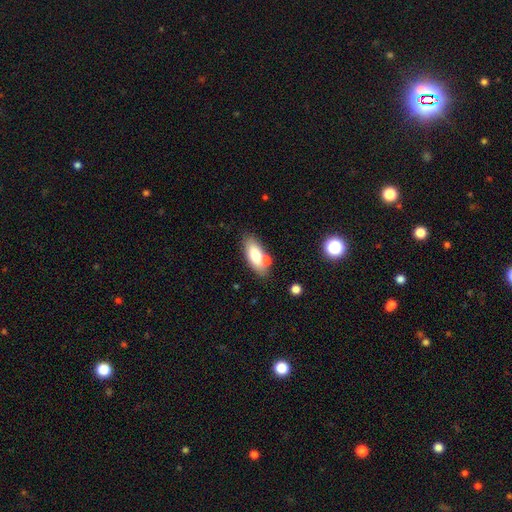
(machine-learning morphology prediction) A smooth galaxy with no disk features (76%) that is in between round and cigar-shaped (81%).

Vote fractions:
- Smooth or featured? smooth: 76% / featured or disk: 17% / star or artifact: 7%
- How rounded? in between: 81% / cigar-shaped: 17% / round: 3%
- Merging? none: 65% / merger: 16% / minor disturbance: 15% / major disturbance: 4%